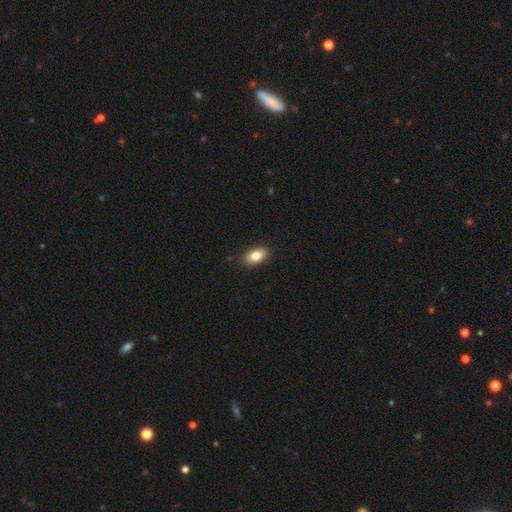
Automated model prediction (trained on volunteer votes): This appears to be a smooth galaxy with no disk features (82%) that is in between round and cigar-shaped (90%). Merging: none (88%).